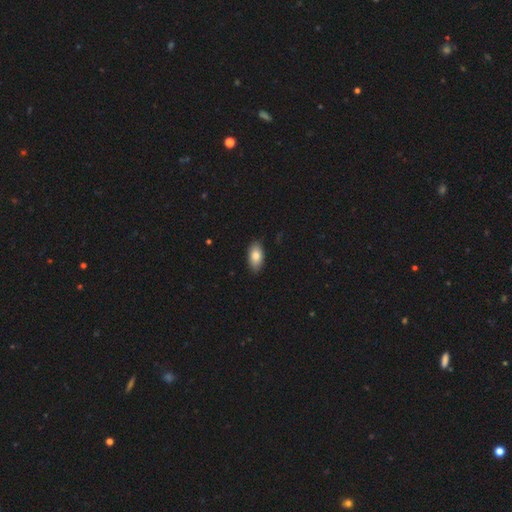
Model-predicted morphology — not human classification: smooth 82%, featured or disk 11%, star or artifact 7%. Down the decision tree: how rounded — in between (93%); merging — none (87%).